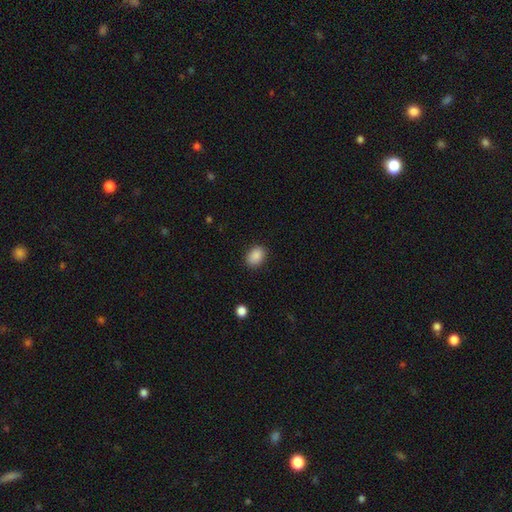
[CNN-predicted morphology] Smooth or featured?
  - smooth: 88% *
  - star or artifact: 8%
  - featured or disk: 4%
How rounded?
  - in between: 67% *
  - round: 32%
  - cigar-shaped: 1%
Merging?
  - none: 86% *
  - minor disturbance: 10%
  - major disturbance: 3%
  - merger: 1%